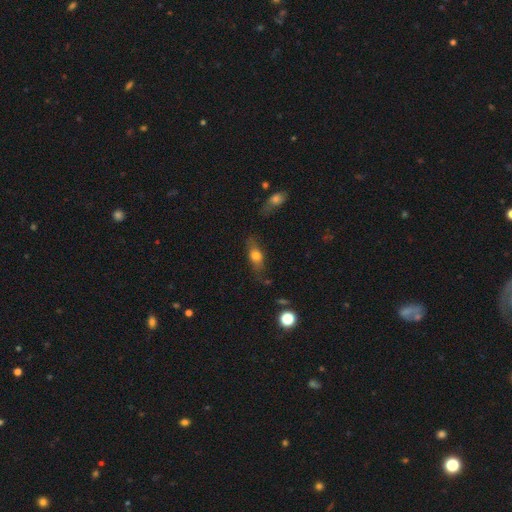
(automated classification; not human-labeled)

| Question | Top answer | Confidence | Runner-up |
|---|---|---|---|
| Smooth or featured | smooth | 65% | featured or disk (26%) |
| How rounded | in between | 68% | cigar-shaped (22%) |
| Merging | none | 69% | minor disturbance (20%) |